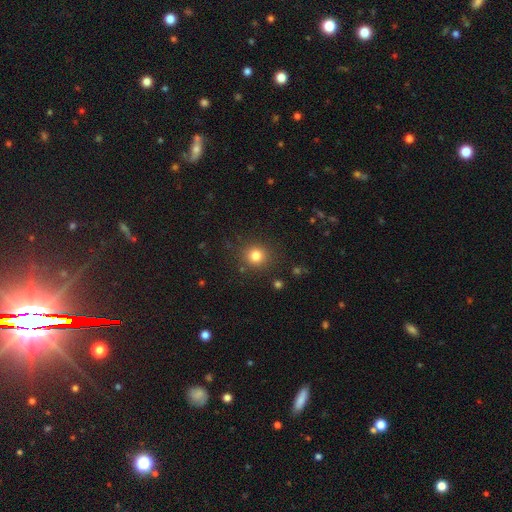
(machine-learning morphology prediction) Smooth or featured: smooth — 81% (star or artifact — 13%)
How rounded: round — 89% (in between — 10%)
Merging: none — 87% (minor disturbance — 8%)